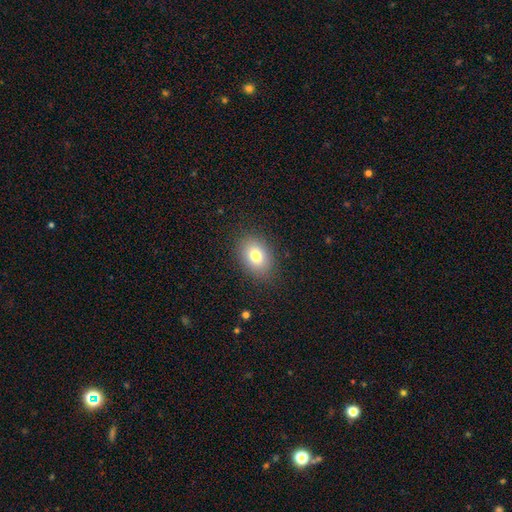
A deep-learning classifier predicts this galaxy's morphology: Smooth or featured: smooth — 80% (featured or disk — 10%)
How rounded: in between — 76% (round — 23%)
Merging: none — 86% (minor disturbance — 10%)